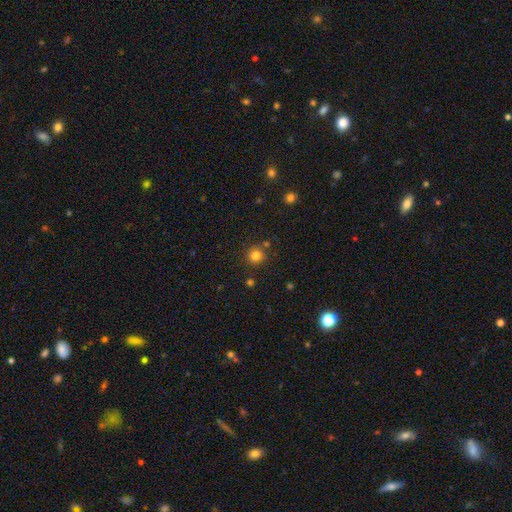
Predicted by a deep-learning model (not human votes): A smooth galaxy with no disk features (81%) that is round (94%).

Vote fractions:
- Smooth or featured? smooth: 81% / star or artifact: 14% / featured or disk: 6%
- How rounded? round: 94% / in between: 6% / cigar-shaped: 1%
- Merging? none: 83% / minor disturbance: 8% / merger: 6% / major disturbance: 2%